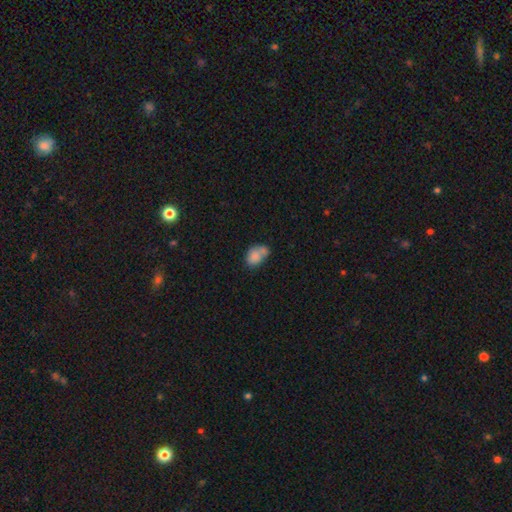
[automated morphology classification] This appears to be a smooth galaxy with no disk features (79%) that is in between round and cigar-shaped (79%). Merging: merger (36%).